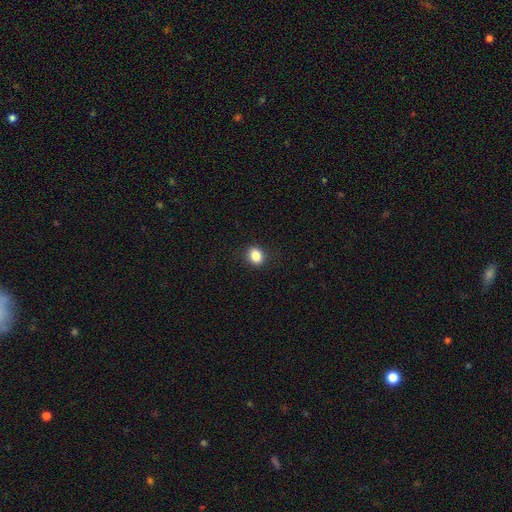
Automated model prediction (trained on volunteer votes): Smooth or featured: smooth — 86% (star or artifact — 10%)
How rounded: in between — 51% (round — 48%)
Merging: none — 89% (minor disturbance — 8%)